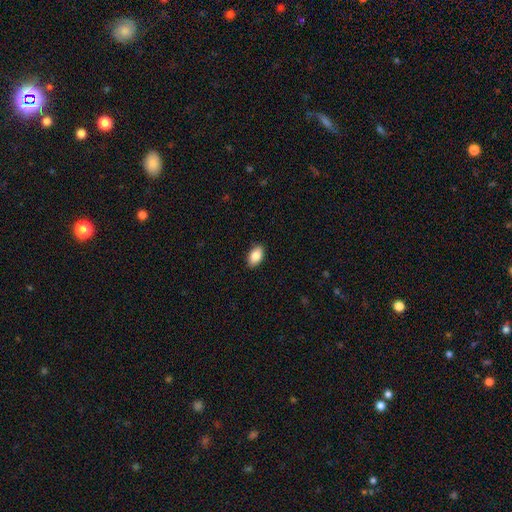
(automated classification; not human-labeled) smooth 88%, star or artifact 7%, featured or disk 5%. Down the decision tree: how rounded — in between (92%); merging — none (89%).